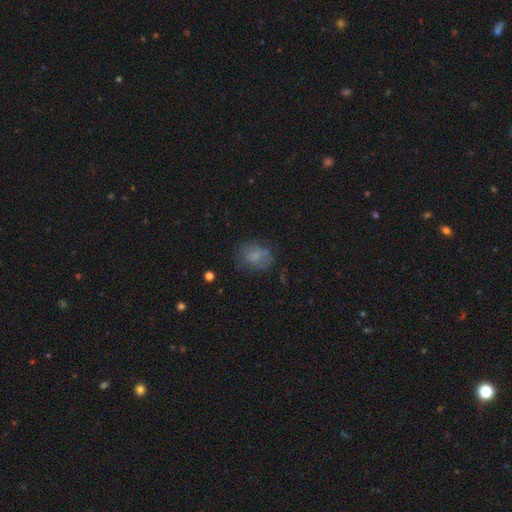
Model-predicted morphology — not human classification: This is likely a smooth galaxy (66%). How rounded: possibly in between (53%). Merging: possibly none (58%).